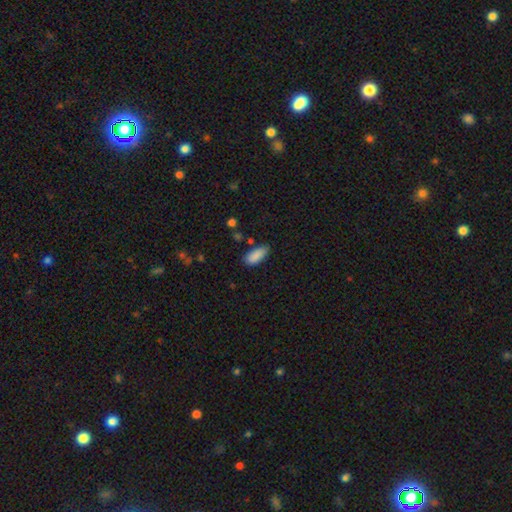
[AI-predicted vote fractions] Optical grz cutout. It shows a smooth galaxy with no disk features (89%) that is in between round and cigar-shaped (84%). Merging: none (78%).